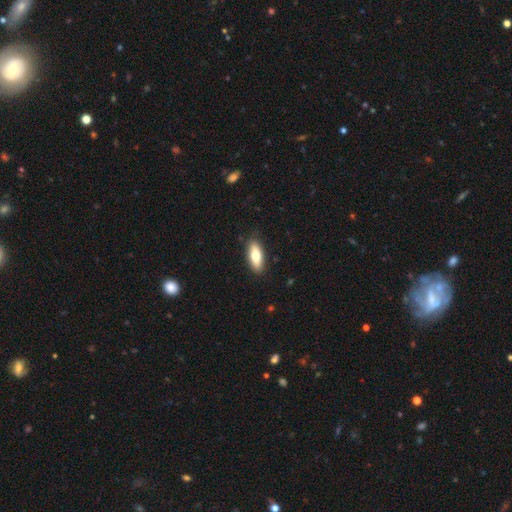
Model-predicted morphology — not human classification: Overall: smooth (71%). How rounded: in between (75%). Merging: none (88%).